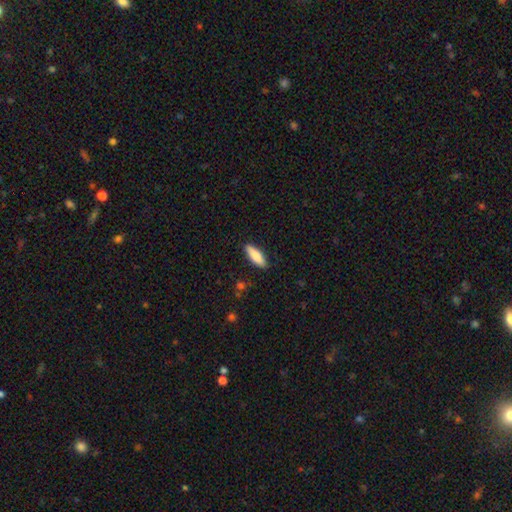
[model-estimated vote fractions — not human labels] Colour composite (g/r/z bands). It shows a smooth galaxy with no disk features (82%) that is in between round and cigar-shaped (52%). Merging: none (88%).